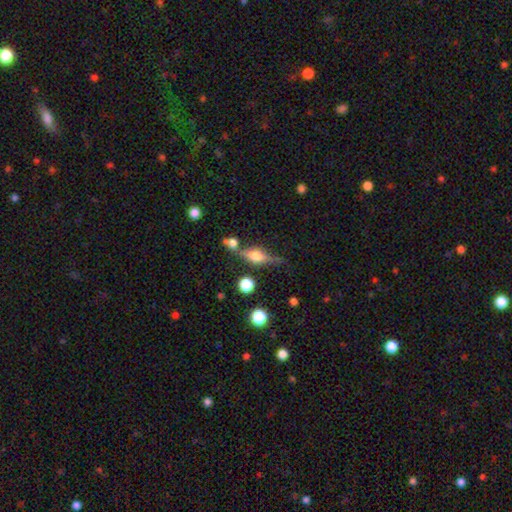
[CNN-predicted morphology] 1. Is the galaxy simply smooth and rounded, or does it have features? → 63% featured or disk, 27% smooth, 9% star or artifact.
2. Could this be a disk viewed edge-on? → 91% yes, 9% no.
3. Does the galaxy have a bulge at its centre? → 90% rounded, 8% boxy, 2% none.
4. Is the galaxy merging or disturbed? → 65% none, 15% minor disturbance, 13% merger, 6% major disturbance.